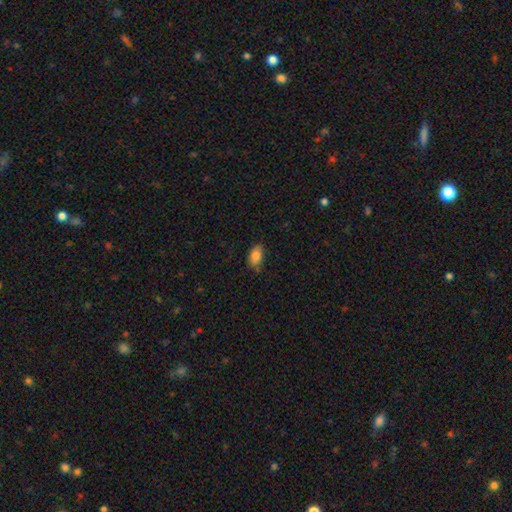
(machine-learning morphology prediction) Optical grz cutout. It shows a smooth galaxy with no disk features (83%) that is in between round and cigar-shaped (89%). Merging: none (67%).